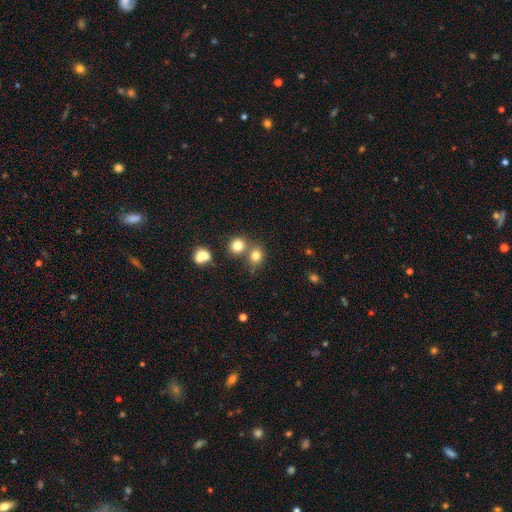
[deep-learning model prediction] A smooth galaxy with no disk features (79%) that is round (70%). Merging: none (55%).